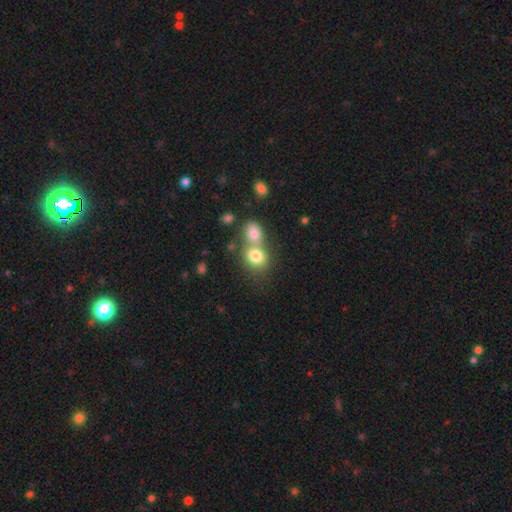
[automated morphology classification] Q: Smooth or featured?
A: smooth (79%); runner-up: featured or disk (11%)
Q: How rounded?
A: round (57%); runner-up: in between (42%)
Q: Merging?
A: merger (54%); runner-up: none (34%)